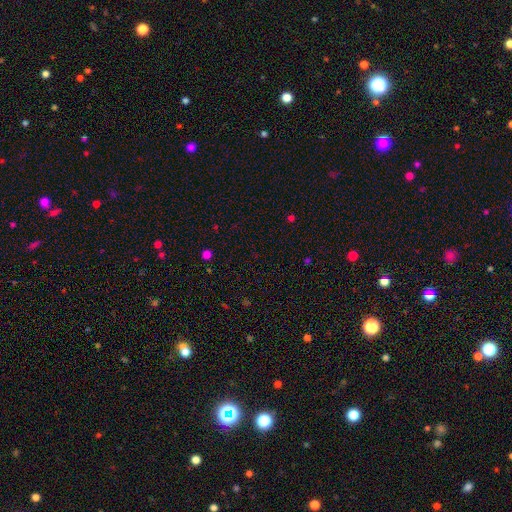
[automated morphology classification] This is likely a star or artifact rather than a galaxy (61%).